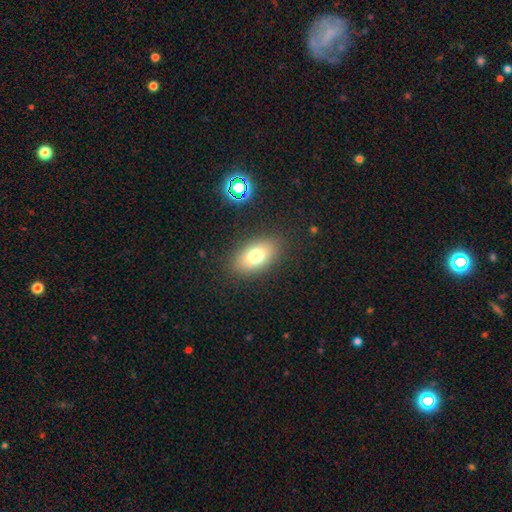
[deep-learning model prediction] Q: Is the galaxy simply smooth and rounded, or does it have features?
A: smooth — 73%.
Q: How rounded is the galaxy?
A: in between — 89%.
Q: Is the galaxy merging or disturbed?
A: none — 86%.